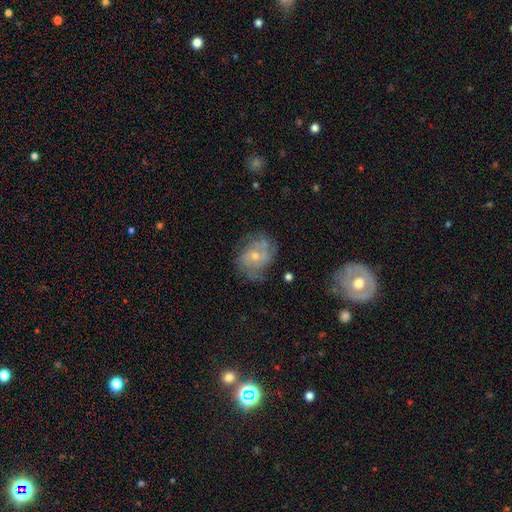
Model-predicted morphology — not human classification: smooth-or-featured: featured or disk: 65% | smooth: 25% | star or artifact: 9%
  disk-edge-on: no: 97% | yes: 3%
    bar: no: 74% | weak: 22% | strong: 3%
    has-spiral-arms: yes: 76% | no: 24%
    bulge-size: small: 59% | moderate: 36% | none: 3% | large: 2% | dominant: 1%
  merging: none: 59% | minor disturbance: 24% | major disturbance: 15% | merger: 3%